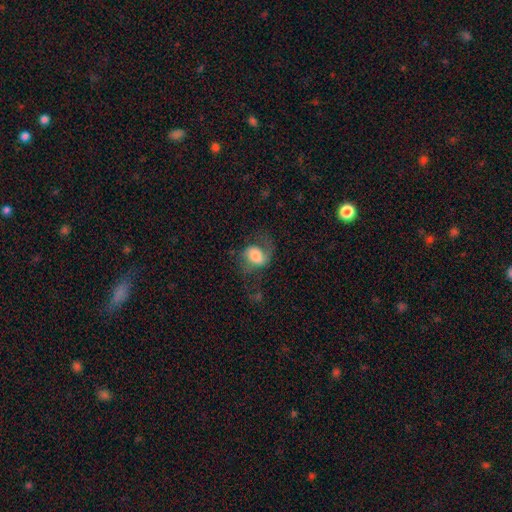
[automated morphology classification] featured or disk 46%, smooth 45%, star or artifact 9%. Down the decision tree: merging — none (46%).